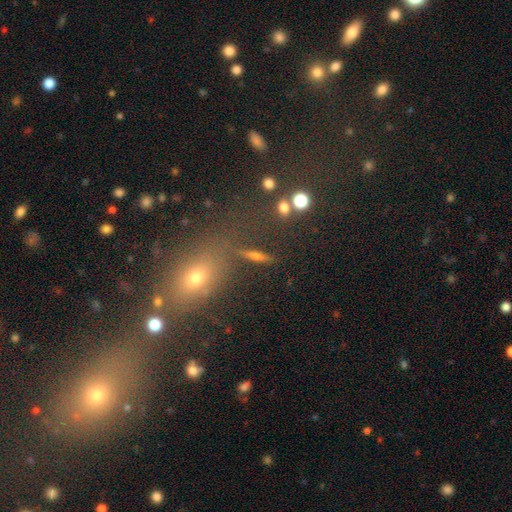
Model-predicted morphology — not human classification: Q: Smooth or featured?
A: smooth (50%); runner-up: featured or disk (26%)
Q: Merging?
A: none (75%); runner-up: minor disturbance (11%)